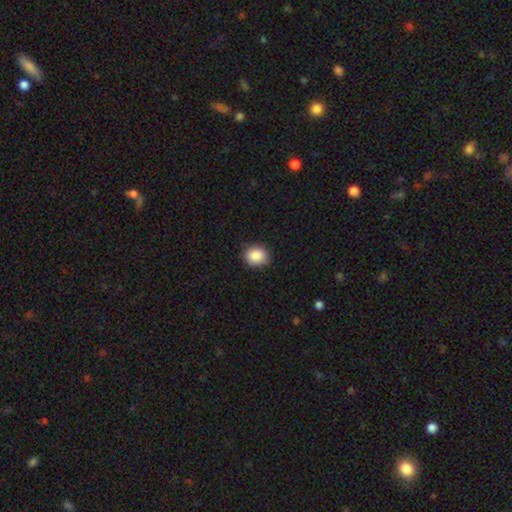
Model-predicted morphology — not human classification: smooth_or_featured: smooth (p=0.88) [alt: star or artifact p=0.08]
how_rounded: round (p=0.68) [alt: in between p=0.31]
merging: none (p=0.83) [alt: minor disturbance p=0.14]